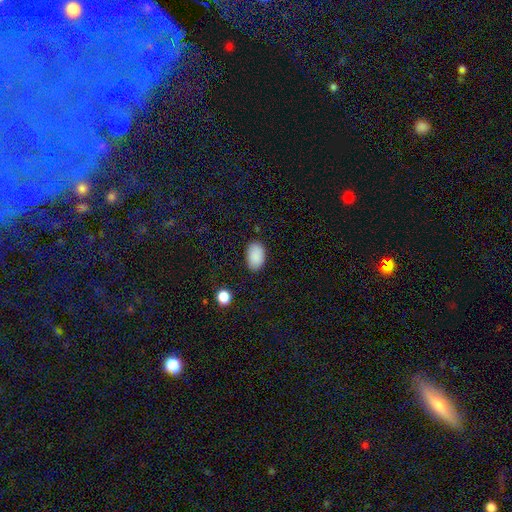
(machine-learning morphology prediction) This appears to be a smooth galaxy with no disk features (89%) that is in between round and cigar-shaped (92%). Merging: none (85%).